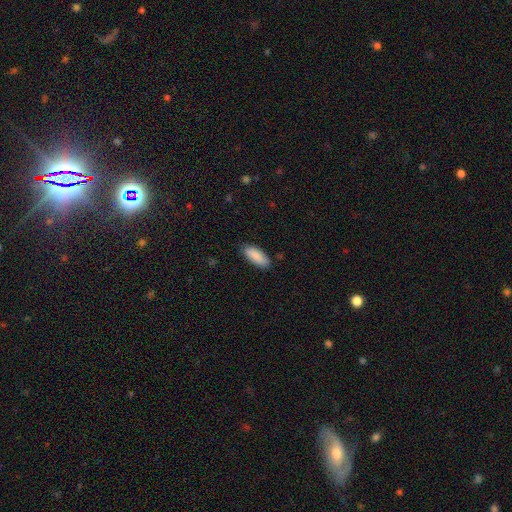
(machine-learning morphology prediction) This appears to be a smooth galaxy with no disk features (89%) that is in between round and cigar-shaped (76%). Merging: none (84%).